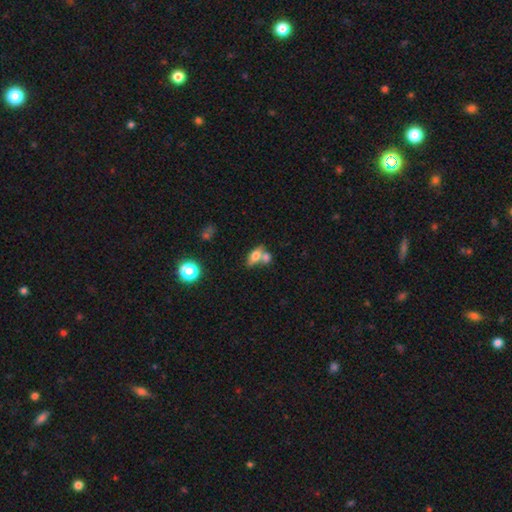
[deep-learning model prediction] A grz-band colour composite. It shows a smooth galaxy with no disk features (70%) that is in between round and cigar-shaped (80%). Merging: merger (53%).